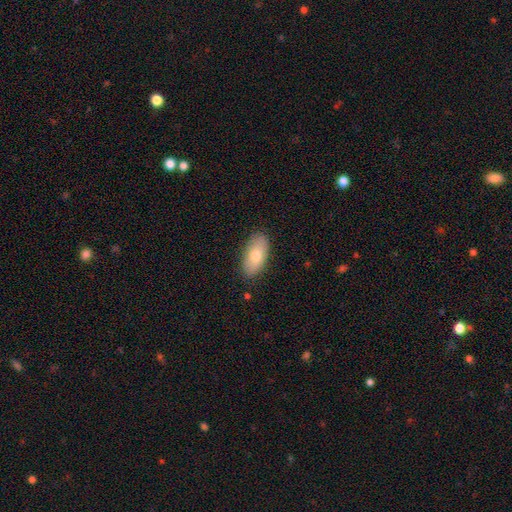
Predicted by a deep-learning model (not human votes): smooth_or_featured: smooth (p=0.75) [alt: featured or disk p=0.19]
how_rounded: in between (p=0.91) [alt: cigar-shaped p=0.06]
merging: none (p=0.85) [alt: minor disturbance p=0.11]